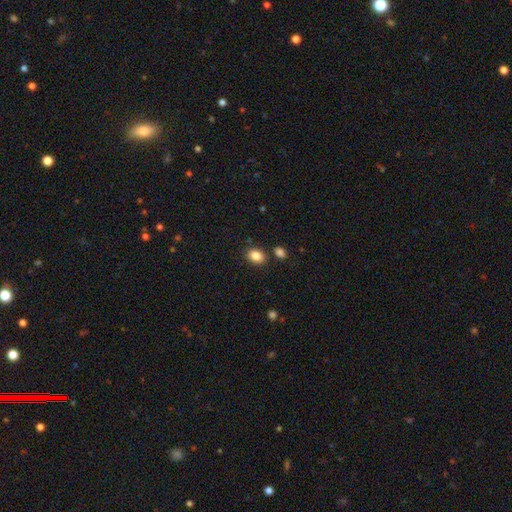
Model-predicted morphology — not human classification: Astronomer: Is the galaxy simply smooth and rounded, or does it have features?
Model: smooth — 86%.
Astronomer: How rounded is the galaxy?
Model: in between — 70%.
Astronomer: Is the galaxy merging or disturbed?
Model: none — 81%.